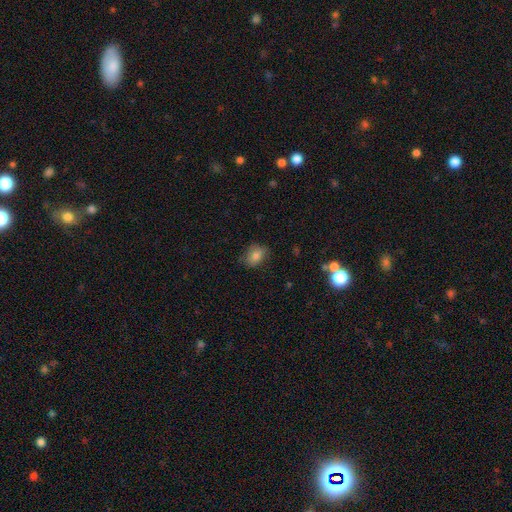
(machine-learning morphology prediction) This is likely a smooth galaxy (80%). How rounded: likely in between (66%). Merging: likely none (75%).